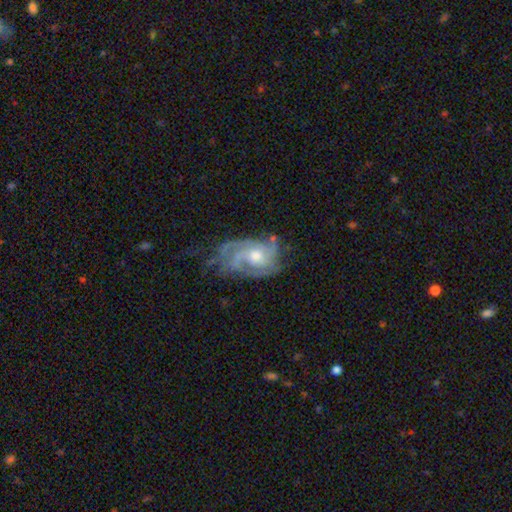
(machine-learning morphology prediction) Smooth or featured: featured or disk — 83% (smooth — 11%)
Edge-on disk: no — 97% (yes — 3%)
Bar: no — 73% (weak — 23%)
Spiral arms: yes — 93% (no — 7%)
Spiral winding: tight — 47% (medium — 40%)
Spiral arm count: 3 — 31% (can't tell — 26%)
Bulge size: moderate — 67% (small — 21%)
Merging: none — 53% (minor disturbance — 26%)